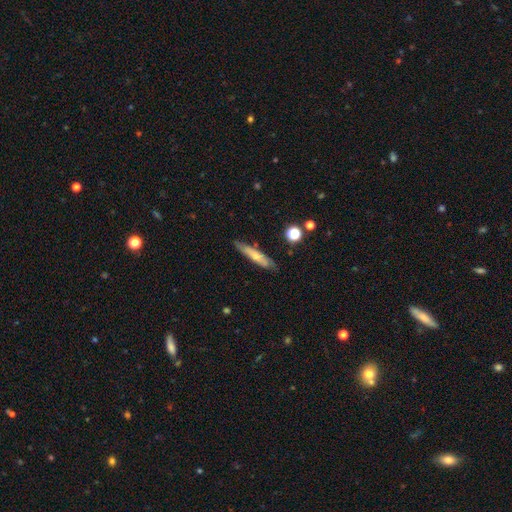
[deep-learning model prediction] A smooth galaxy with no disk features (61%) that is cigar-shaped (87%).

Vote fractions:
- Smooth or featured? smooth: 61% / featured or disk: 32% / star or artifact: 7%
- How rounded? cigar-shaped: 87% / in between: 12% / round: 2%
- Merging? none: 79% / minor disturbance: 15% / major disturbance: 3% / merger: 2%